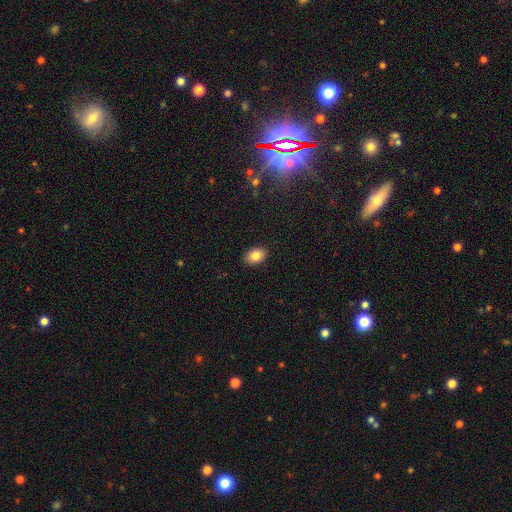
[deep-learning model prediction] The model was most divided on "how rounded": in between: 82%, round: 17%, cigar-shaped: 1%. More confident: merging — none (89%); smooth or featured — smooth (84%).